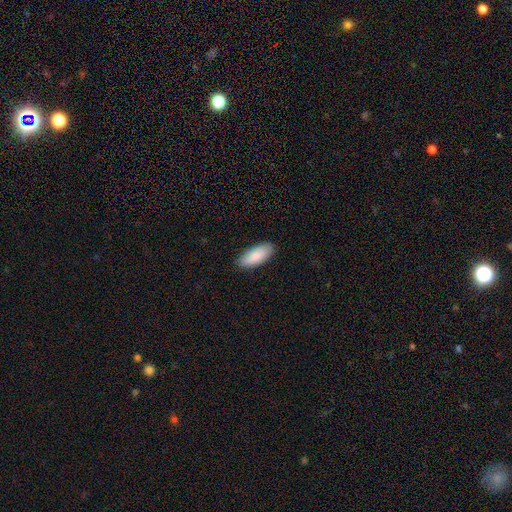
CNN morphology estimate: Smooth or featured: smooth — 88% (featured or disk — 6%)
How rounded: in between — 85% (cigar-shaped — 13%)
Merging: none — 88% (minor disturbance — 9%)